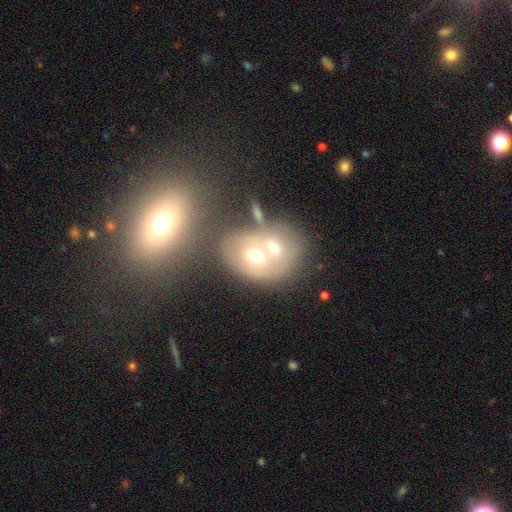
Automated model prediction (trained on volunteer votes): Morphology: type=smooth (49%); merging=merger (57%).